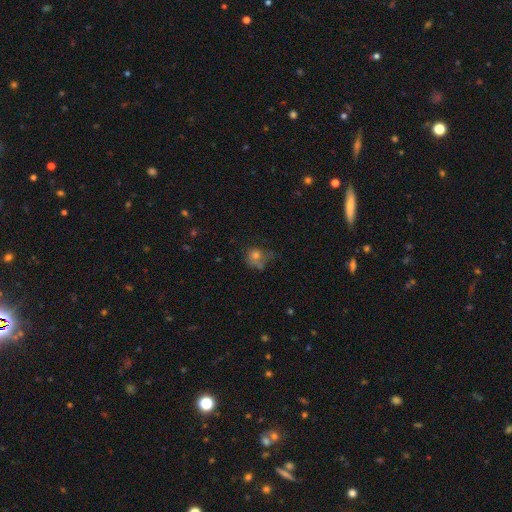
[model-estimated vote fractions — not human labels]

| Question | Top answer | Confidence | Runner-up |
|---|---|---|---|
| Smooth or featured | smooth | 66% | featured or disk (17%) |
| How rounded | round | 76% | in between (23%) |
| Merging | none | 43% | minor disturbance (24%) |